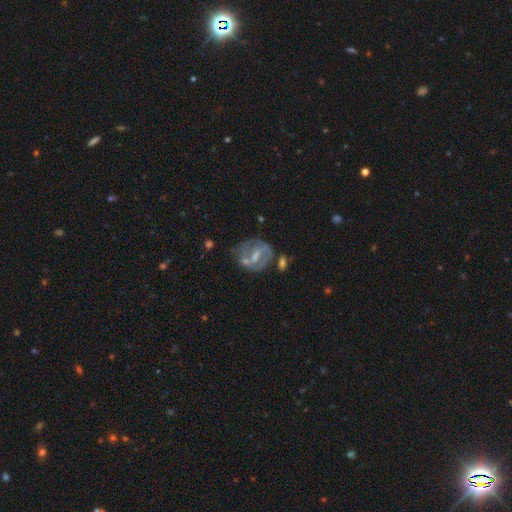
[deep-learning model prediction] Morphology: type=featured or disk (65%); edge-on=no (95%); bar=weak (43%); spiral arms=yes (56%); bulge=small (45%); merging=none (55%).